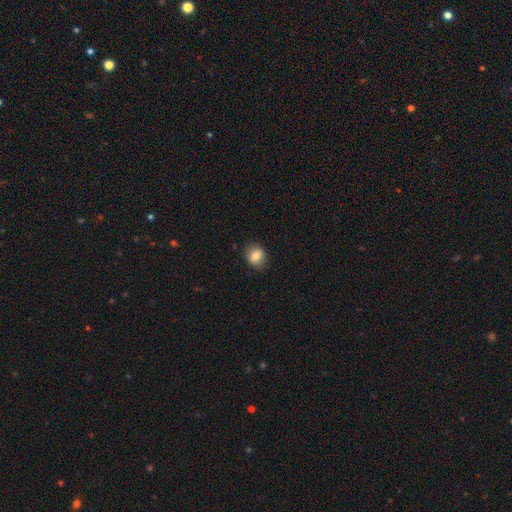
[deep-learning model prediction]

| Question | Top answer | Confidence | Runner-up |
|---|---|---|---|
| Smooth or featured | smooth | 80% | featured or disk (10%) |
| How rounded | round | 64% | in between (35%) |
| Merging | none | 86% | minor disturbance (11%) |